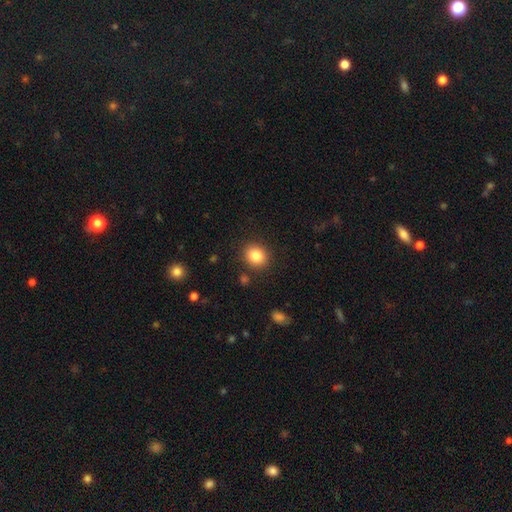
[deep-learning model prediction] This appears to be a smooth galaxy with no disk features (84%) that is round (72%). Merging: none (88%).